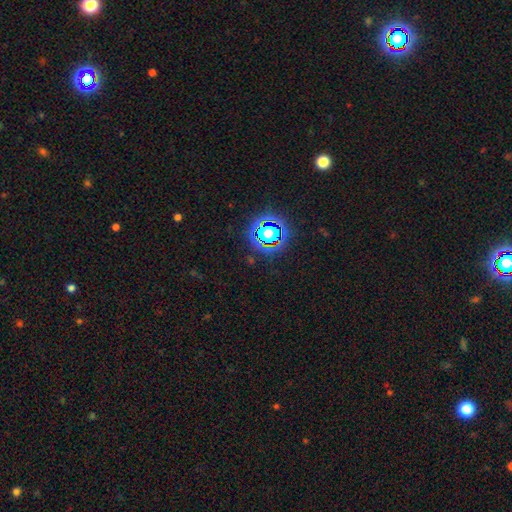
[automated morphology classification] smooth-or-featured: star or artifact: 80% | smooth: 13% | featured or disk: 7%